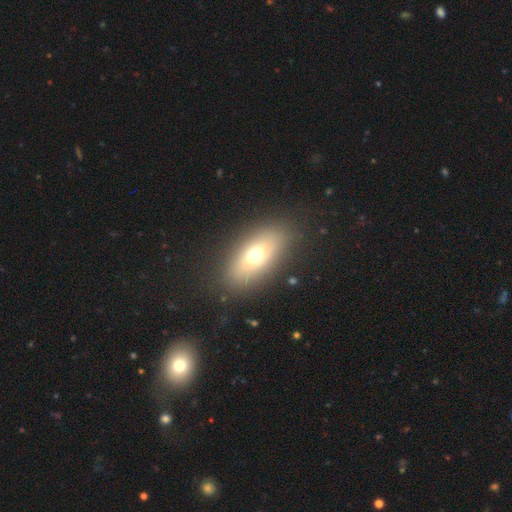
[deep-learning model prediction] The model was most divided on "smooth or featured": smooth: 63%, featured or disk: 26%, star or artifact: 11%. More confident: merging — none (84%); how rounded — in between (81%).